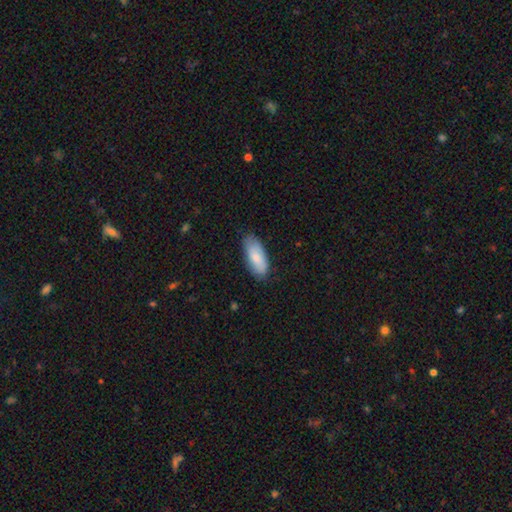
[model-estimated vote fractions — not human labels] smooth 80%, featured or disk 15%, star or artifact 6%. Down the decision tree: how rounded — in between (88%); merging — none (76%).